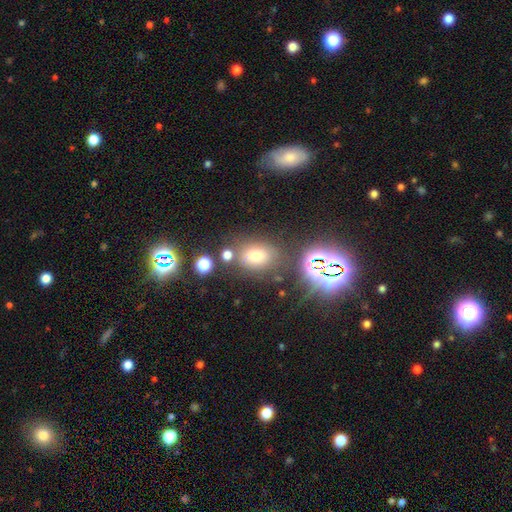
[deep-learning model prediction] Smooth or featured?
  - smooth: 55% *
  - star or artifact: 33%
  - featured or disk: 12%
How rounded?
  - in between: 62% *
  - round: 37%
  - cigar-shaped: 2%
Merging?
  - none: 74% *
  - minor disturbance: 12%
  - merger: 9%
  - major disturbance: 5%